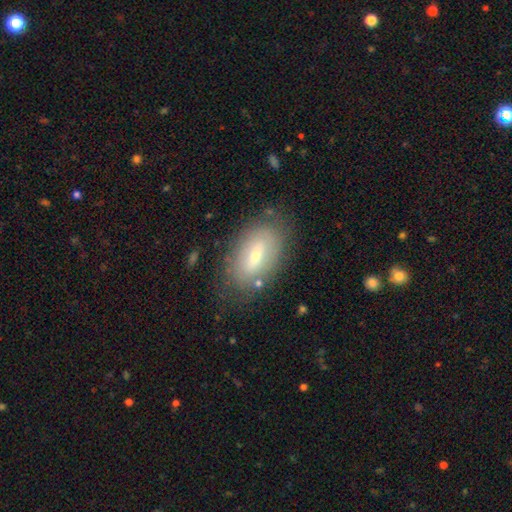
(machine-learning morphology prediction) type=smooth (52%); roundness=in between (90%); merging=none (78%).